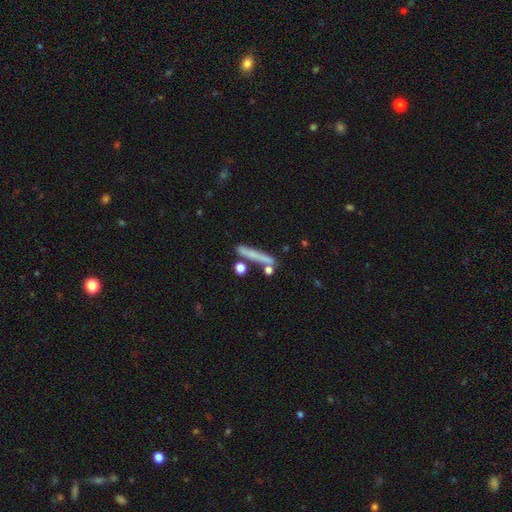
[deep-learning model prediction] Smooth or featured: smooth — 62% (featured or disk — 27%)
How rounded: cigar-shaped — 89% (in between — 6%)
Merging: none — 73% (minor disturbance — 13%)